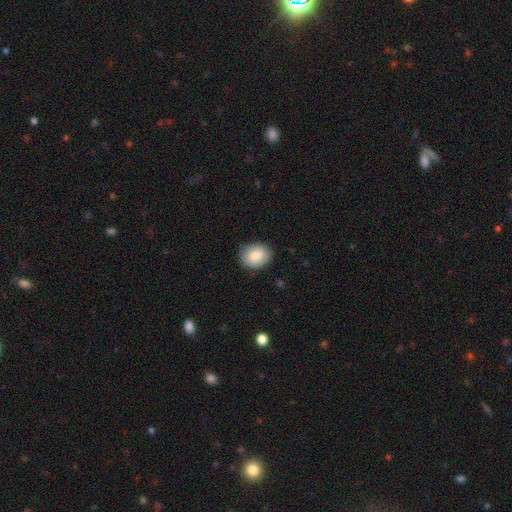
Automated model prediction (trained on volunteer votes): smooth-or-featured: smooth: 84% | featured or disk: 9% | star or artifact: 7%
  how-rounded: round: 52% | in between: 47% | cigar-shaped: 1%
  merging: none: 83% | minor disturbance: 14% | major disturbance: 3% | merger: 1%